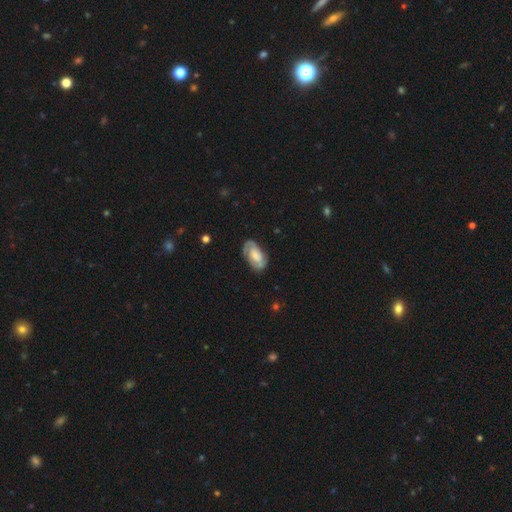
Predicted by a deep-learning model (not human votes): Smooth or featured?
  - featured or disk: 70% *
  - smooth: 24%
  - star or artifact: 6%
Edge-on disk?
  - no: 95% *
  - yes: 5%
Bar?
  - no: 54% *
  - weak: 36%
  - strong: 10%
Spiral arms?
  - yes: 88% *
  - no: 12%
Spiral winding?
  - tight: 52% *
  - medium: 37%
  - loose: 11%
Spiral arm count?
  - 2: 74% *
  - can't tell: 15%
  - 1: 5%
  - 3: 3%
  - 4: 1%
  - more than 4: 1%
Bulge size?
  - moderate: 37% *
  - small: 34%
  - large: 15%
  - none: 12%
  - dominant: 2%
Merging?
  - none: 75% *
  - minor disturbance: 18%
  - major disturbance: 6%
  - merger: 2%